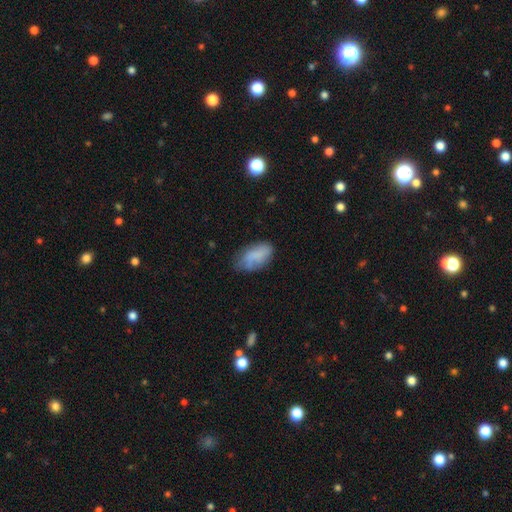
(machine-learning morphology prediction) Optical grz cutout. It shows a smooth galaxy with no disk features (70%) that is in between round and cigar-shaped (92%). Merging: none (56%).